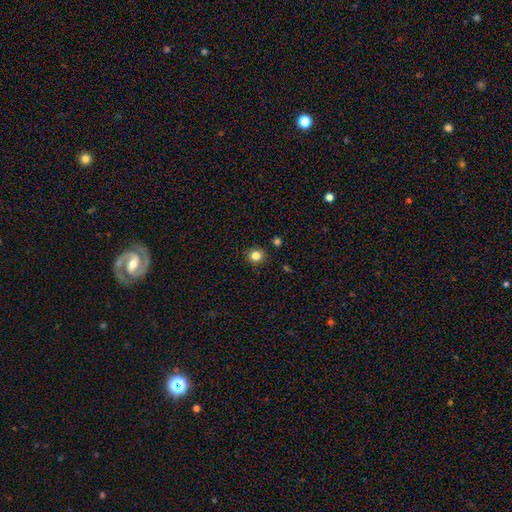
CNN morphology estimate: smooth-or-featured: smooth: 83% | star or artifact: 12% | featured or disk: 5%
  how-rounded: round: 84% | in between: 16% | cigar-shaped: 1%
  merging: none: 90% | minor disturbance: 7% | merger: 2% | major disturbance: 2%